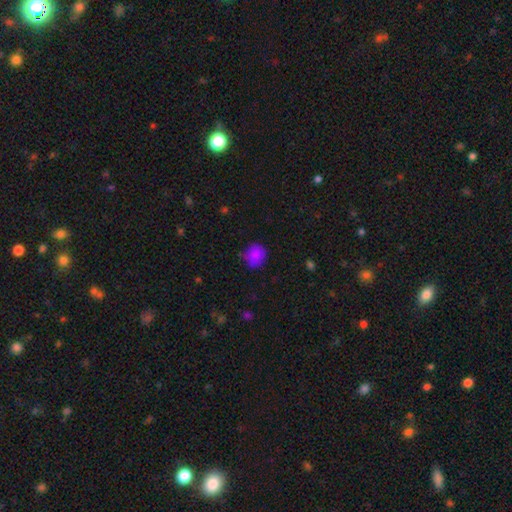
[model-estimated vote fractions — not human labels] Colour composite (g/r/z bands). It shows a smooth galaxy with no disk features (85%) that is round (79%). Merging: none (69%).